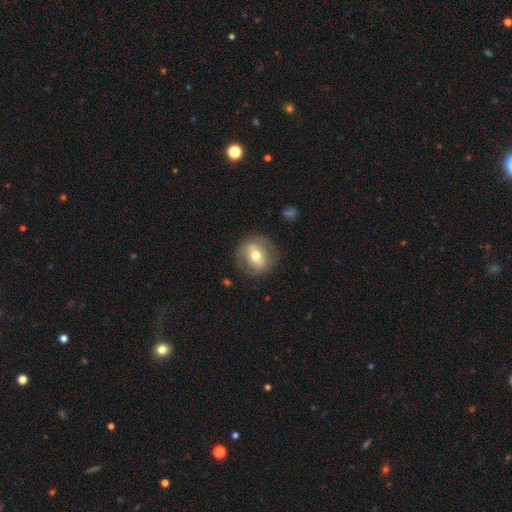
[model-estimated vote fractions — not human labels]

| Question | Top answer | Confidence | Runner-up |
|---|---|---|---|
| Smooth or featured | smooth | 51% | featured or disk (41%) |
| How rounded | round | 77% | in between (22%) |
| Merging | none | 80% | minor disturbance (13%) |